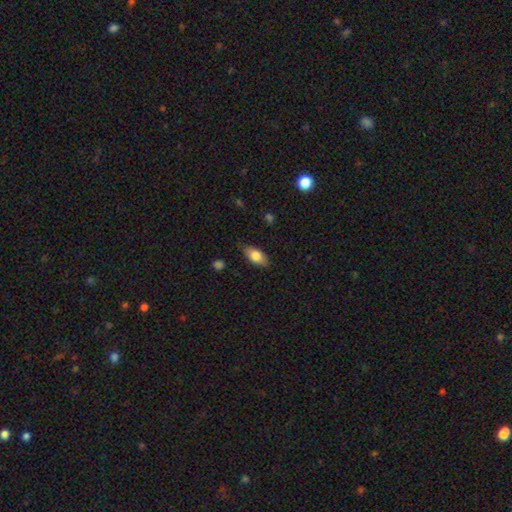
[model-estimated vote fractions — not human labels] Smooth or featured?
  - smooth: 77% *
  - featured or disk: 16%
  - star or artifact: 7%
How rounded?
  - in between: 88% *
  - cigar-shaped: 8%
  - round: 4%
Merging?
  - none: 81% *
  - minor disturbance: 15%
  - major disturbance: 3%
  - merger: 1%